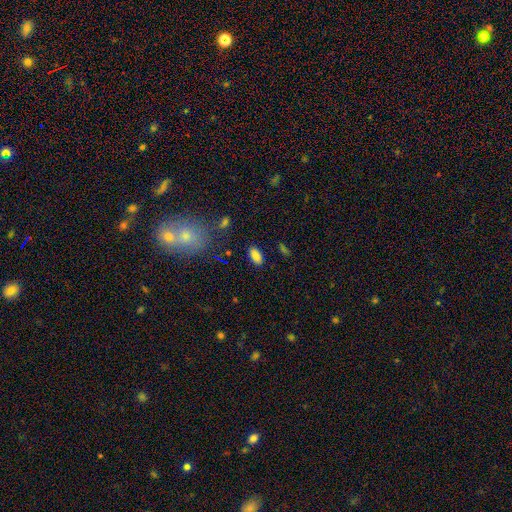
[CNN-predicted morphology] Smooth or featured? Predicted: smooth (p=0.84). How rounded? Predicted: in between (p=0.92). Merging? Predicted: none (p=0.86).